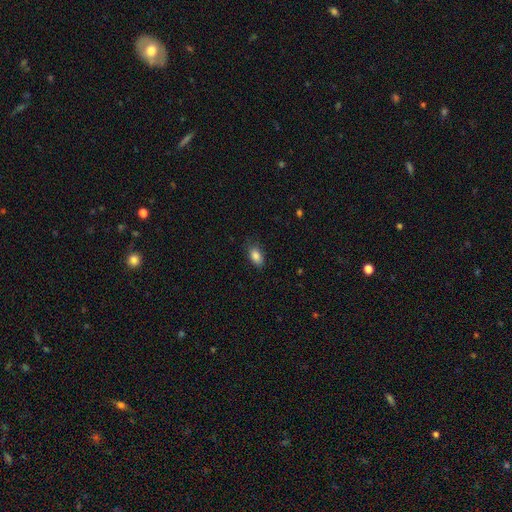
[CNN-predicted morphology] This appears to be a smooth galaxy with no disk features (86%) that is in between round and cigar-shaped (90%). Merging: none (80%).